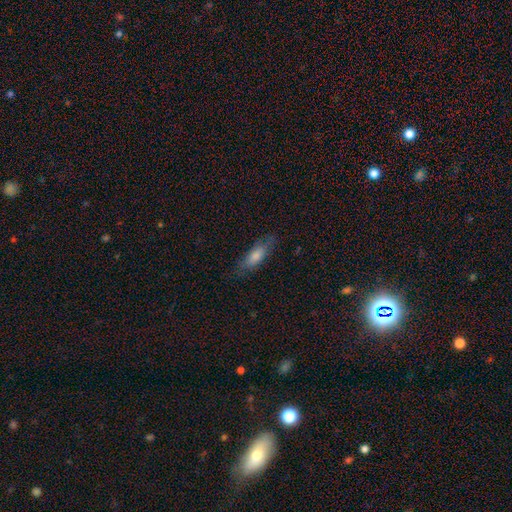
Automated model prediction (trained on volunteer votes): Overall: smooth (68%). How rounded: in between (51%; cigar-shaped 47%). Merging: none (78%).